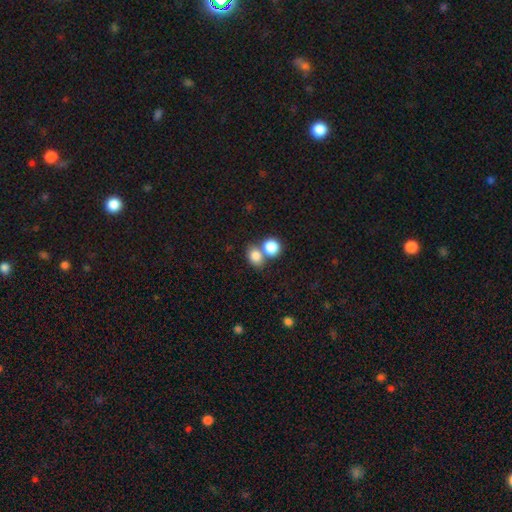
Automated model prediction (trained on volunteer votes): Smooth or featured? smooth (83%)
How rounded? round (57%)
Merging? merger (47%)